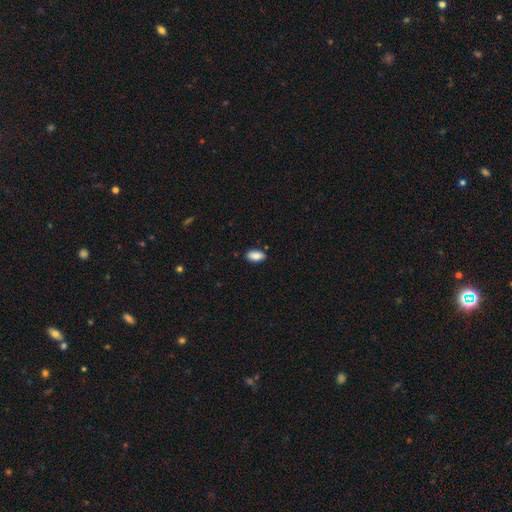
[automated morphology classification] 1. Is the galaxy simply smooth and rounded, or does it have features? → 89% smooth, 7% star or artifact, 4% featured or disk.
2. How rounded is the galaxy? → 92% in between, 5% cigar-shaped, 3% round.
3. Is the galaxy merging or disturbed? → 85% none, 12% minor disturbance, 2% major disturbance, 1% merger.